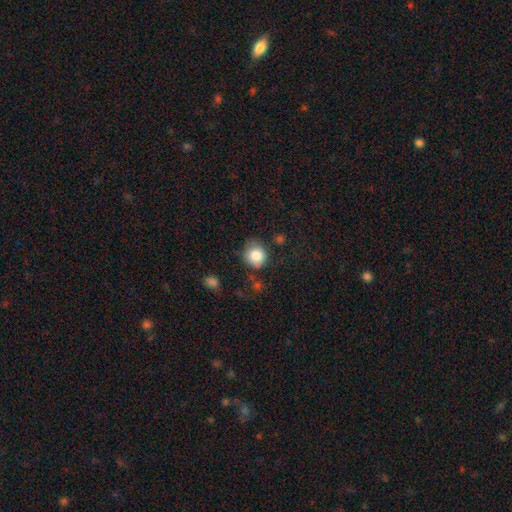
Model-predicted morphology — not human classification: type=smooth (84%); roundness=round (84%); merging=none (73%).